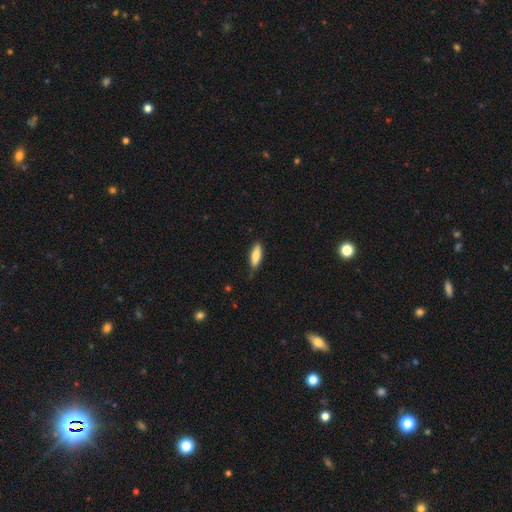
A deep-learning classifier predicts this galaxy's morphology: Smooth or featured? Predicted: smooth (p=0.78). How rounded? Predicted: in between (p=0.59). Merging? Predicted: none (p=0.68).